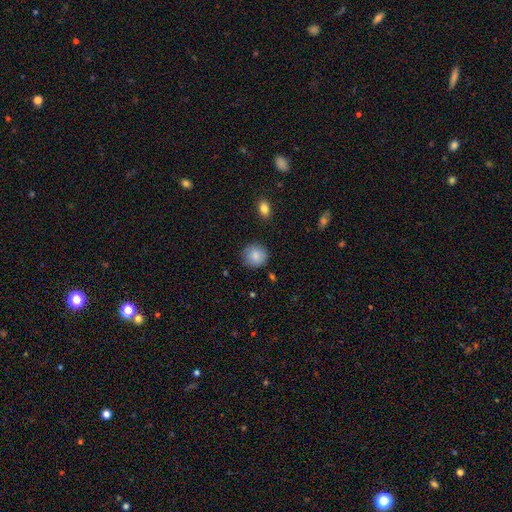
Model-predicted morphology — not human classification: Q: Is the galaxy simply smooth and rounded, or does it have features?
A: smooth — 85%.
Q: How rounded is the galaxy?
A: round — 91%.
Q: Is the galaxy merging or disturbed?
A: none — 83%.